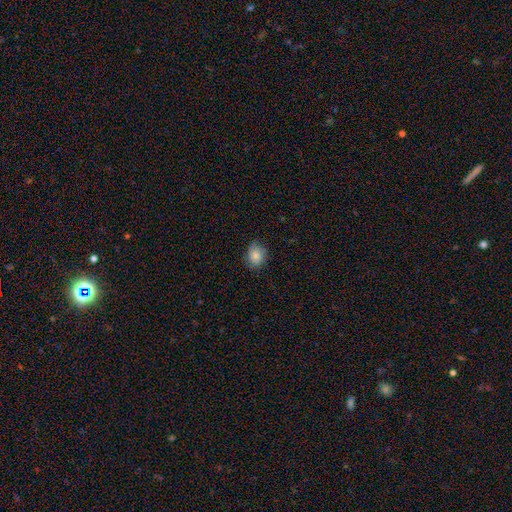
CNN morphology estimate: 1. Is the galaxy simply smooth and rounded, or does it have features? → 81% smooth, 11% featured or disk, 8% star or artifact.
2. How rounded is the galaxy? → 58% round, 41% in between, 1% cigar-shaped.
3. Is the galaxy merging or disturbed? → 74% none, 21% minor disturbance, 4% major disturbance, 1% merger.